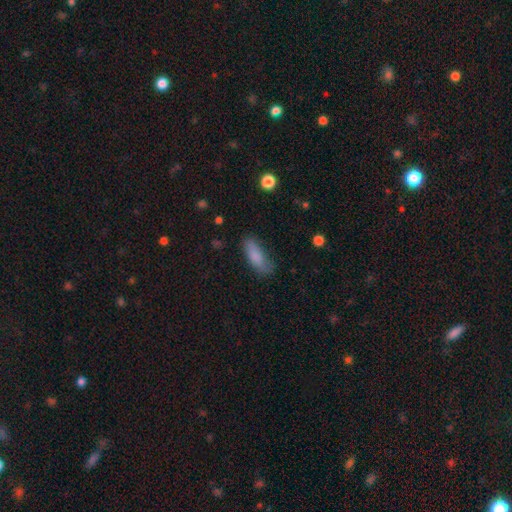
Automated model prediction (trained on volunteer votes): Q: Smooth or featured?
A: smooth (83%); runner-up: featured or disk (10%)
Q: How rounded?
A: in between (66%); runner-up: cigar-shaped (32%)
Q: Merging?
A: none (65%); runner-up: minor disturbance (25%)